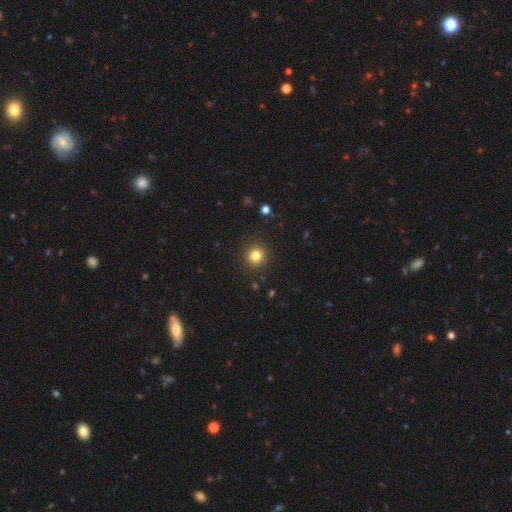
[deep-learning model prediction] smooth-or-featured: smooth: 81% | star or artifact: 13% | featured or disk: 6%
  how-rounded: round: 94% | in between: 5% | cigar-shaped: 1%
  merging: none: 91% | minor disturbance: 6% | major disturbance: 2% | merger: 1%